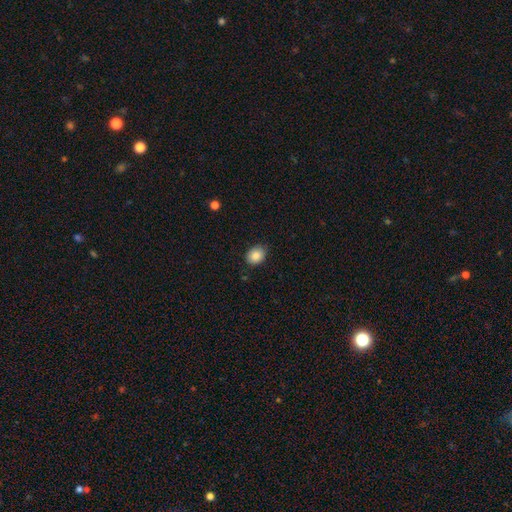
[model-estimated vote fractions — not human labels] smooth 86%, star or artifact 8%, featured or disk 5%. Down the decision tree: how rounded — in between (58%); merging — none (82%).